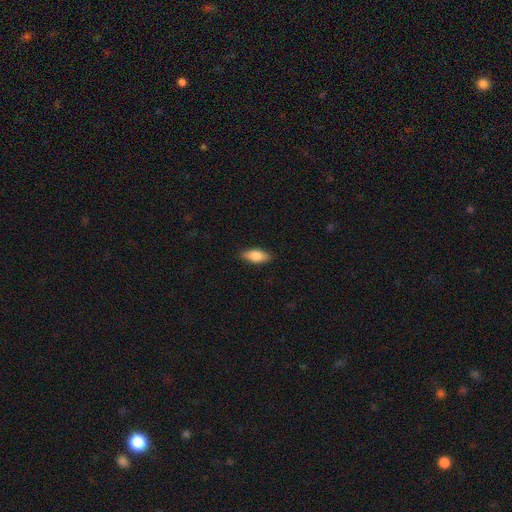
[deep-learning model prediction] Smooth or featured? Predicted: smooth (p=0.81). How rounded? Predicted: in between (p=0.82). Merging? Predicted: none (p=0.87).